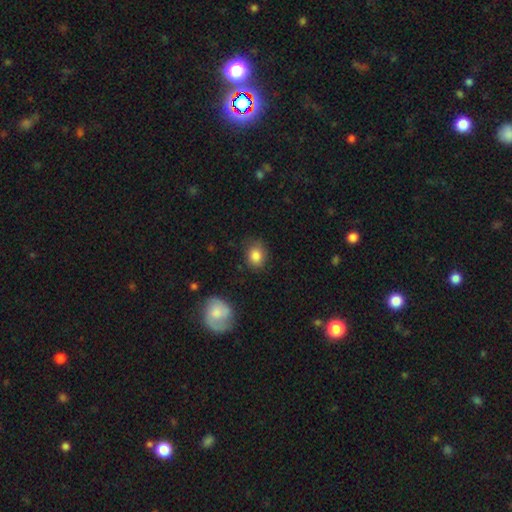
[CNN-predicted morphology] smooth-or-featured: smooth: 85% | star or artifact: 9% | featured or disk: 6%
  how-rounded: round: 54% | in between: 45% | cigar-shaped: 1%
  merging: none: 76% | minor disturbance: 18% | major disturbance: 4% | merger: 2%